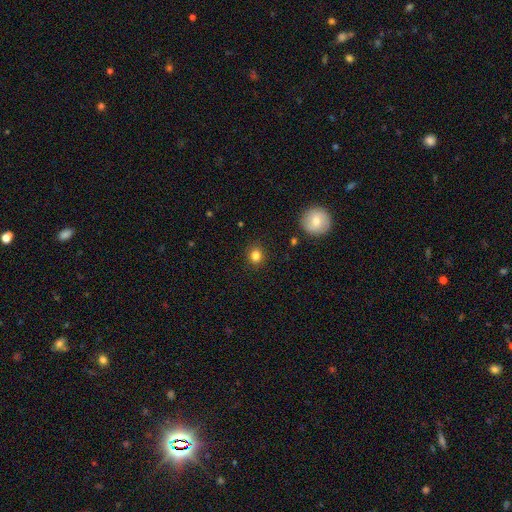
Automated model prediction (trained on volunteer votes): This appears to be a smooth galaxy with no disk features (83%) that is round (82%). Merging: none (89%).